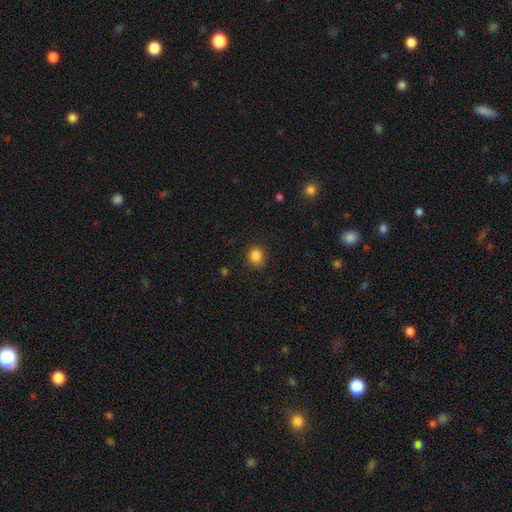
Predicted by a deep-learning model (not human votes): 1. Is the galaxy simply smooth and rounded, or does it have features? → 85% smooth, 11% star or artifact, 4% featured or disk.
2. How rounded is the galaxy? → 71% round, 28% in between, 1% cigar-shaped.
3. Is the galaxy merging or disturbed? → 87% none, 10% minor disturbance, 3% major disturbance, 1% merger.